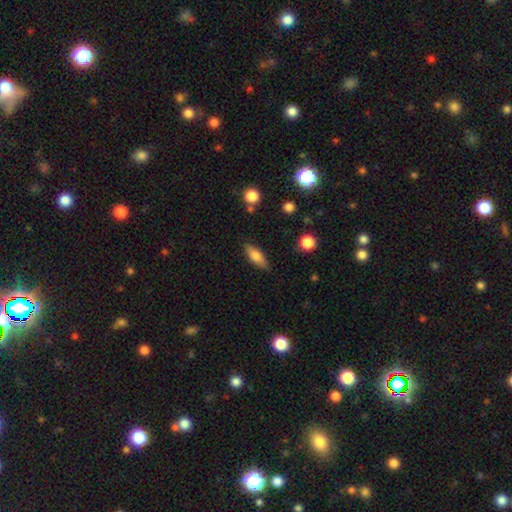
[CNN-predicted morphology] The model was most divided on "how rounded": in between: 62%, cigar-shaped: 35%, round: 3%. More confident: merging — none (83%); smooth or featured — smooth (68%).